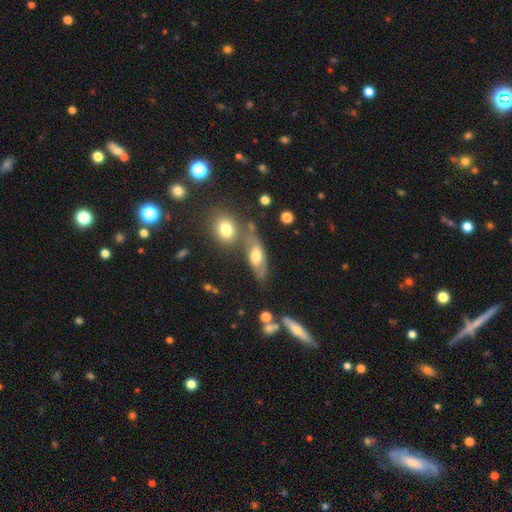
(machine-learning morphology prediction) smooth_or_featured: smooth (p=0.53) [alt: featured or disk p=0.38]
how_rounded: in between (p=0.76) [alt: cigar-shaped p=0.19]
merging: none (p=0.54) [alt: merger p=0.19]